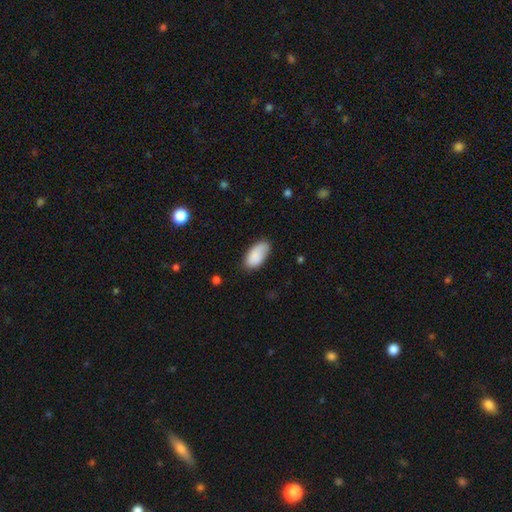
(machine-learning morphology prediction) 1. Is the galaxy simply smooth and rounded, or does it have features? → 84% smooth, 10% featured or disk, 6% star or artifact.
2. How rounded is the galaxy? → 95% in between, 3% round, 2% cigar-shaped.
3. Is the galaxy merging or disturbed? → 70% none, 22% minor disturbance, 6% major disturbance, 2% merger.